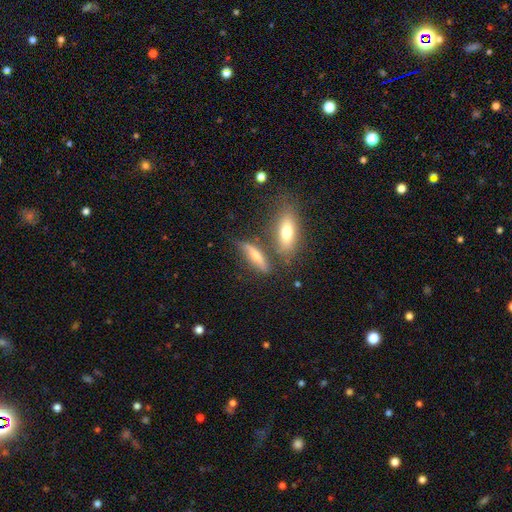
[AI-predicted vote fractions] Morphology: type=smooth (48%); merging=none (60%).